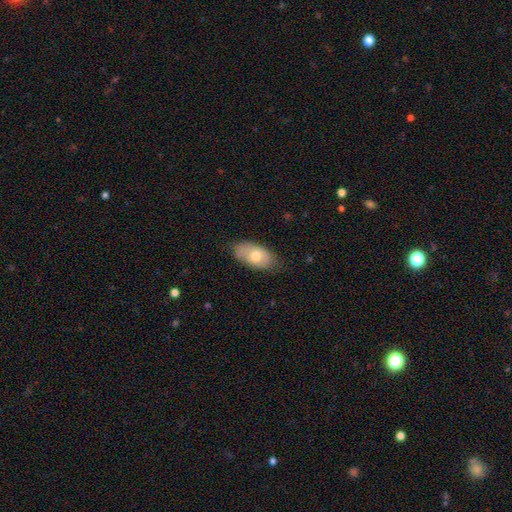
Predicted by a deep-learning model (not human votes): Overall: smooth (70%). How rounded: in between (92%). Merging: none (73%).